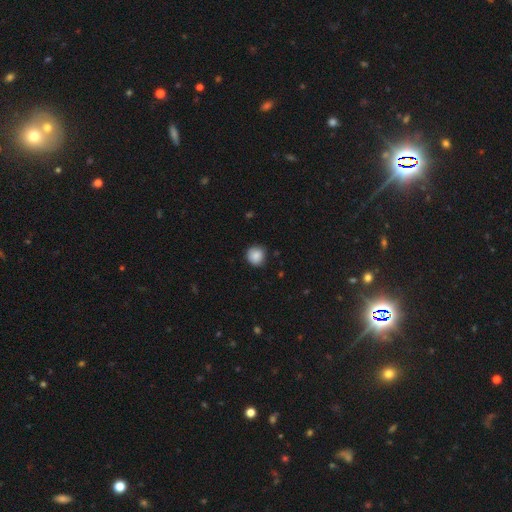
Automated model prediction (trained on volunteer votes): Smooth or featured? Predicted: smooth (p=0.88). How rounded? Predicted: round (p=0.90). Merging? Predicted: none (p=0.84).